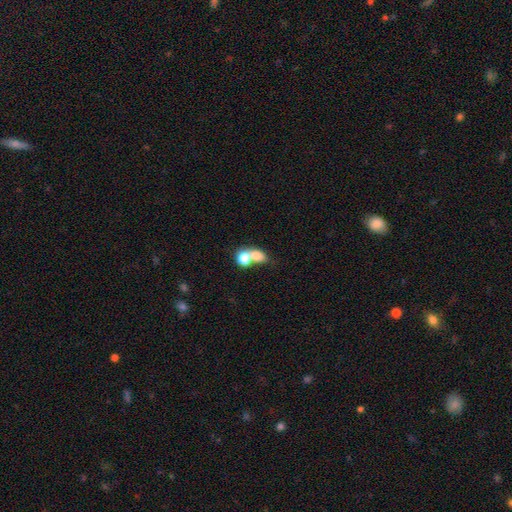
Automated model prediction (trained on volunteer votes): smooth-or-featured: smooth: 75% | featured or disk: 14% | star or artifact: 11%
  how-rounded: in between: 55% | round: 43% | cigar-shaped: 2%
  merging: merger: 60% | none: 27% | minor disturbance: 7% | major disturbance: 5%